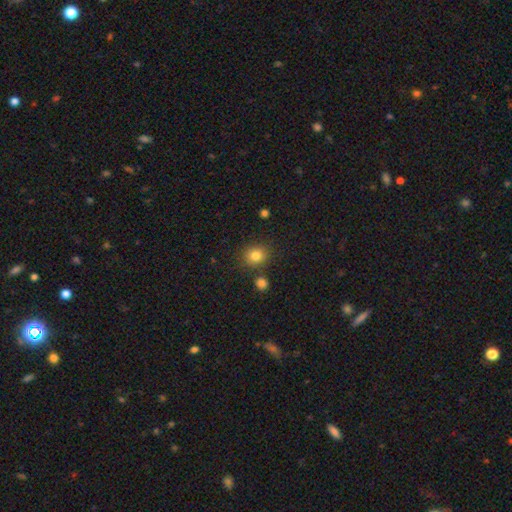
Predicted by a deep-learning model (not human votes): This is clearly a smooth galaxy (82%). How rounded: likely round (71%). Merging: likely none (80%).